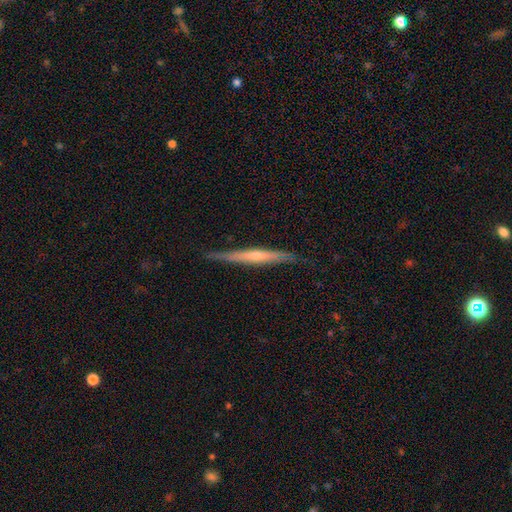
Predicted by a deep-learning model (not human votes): A featured or disk galaxy (61%) viewed edge-on (96%) with no central bulge (47%).

Vote fractions:
- Smooth or featured? featured or disk: 61% / smooth: 34% / star or artifact: 5%
- Edge-on disk? yes: 96% / no: 4%
- Edge-on bulge? none: 47% / rounded: 46% / boxy: 7%
- Merging? none: 85% / minor disturbance: 12% / major disturbance: 2% / merger: 1%